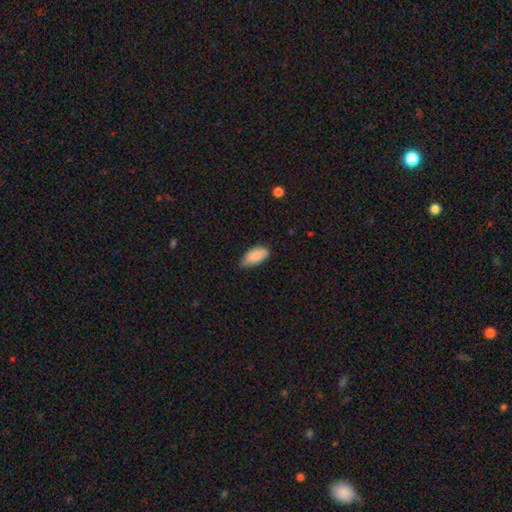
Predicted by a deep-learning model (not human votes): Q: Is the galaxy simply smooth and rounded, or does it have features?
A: smooth — 88%.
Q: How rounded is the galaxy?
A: in between — 92%.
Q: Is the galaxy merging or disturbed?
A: none — 64%.